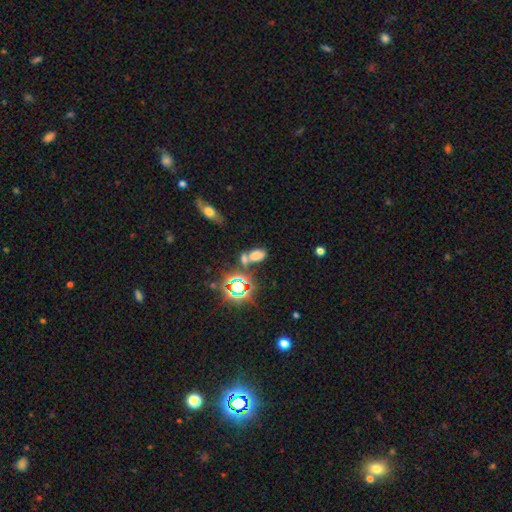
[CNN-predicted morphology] Q: Smooth or featured?
A: smooth (63%); runner-up: star or artifact (27%)
Q: How rounded?
A: in between (87%); runner-up: round (10%)
Q: Merging?
A: none (48%); runner-up: merger (32%)